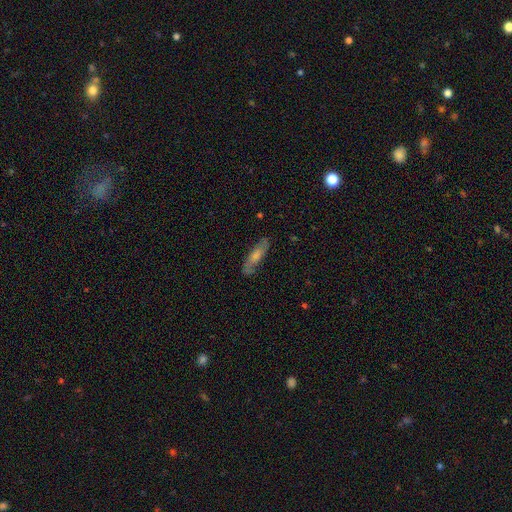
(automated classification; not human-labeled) This appears to be a featured or disk galaxy (54%). Merging: none (80%).